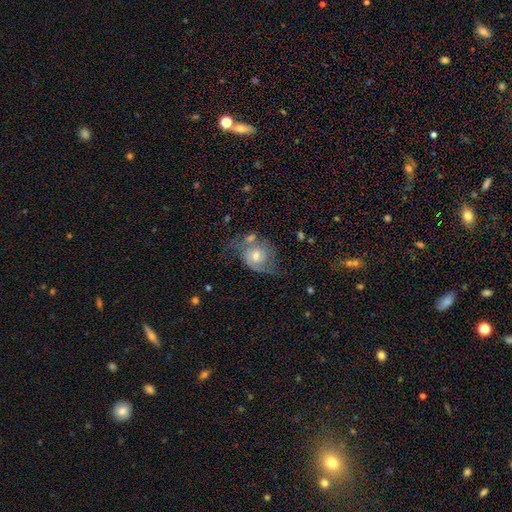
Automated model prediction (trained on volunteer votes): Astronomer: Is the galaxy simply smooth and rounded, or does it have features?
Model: featured or disk — 70%.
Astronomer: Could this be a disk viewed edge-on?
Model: no — 97%.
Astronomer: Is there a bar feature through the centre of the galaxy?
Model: no — 69%.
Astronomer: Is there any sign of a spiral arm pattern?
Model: yes — 87%.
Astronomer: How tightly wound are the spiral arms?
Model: medium — 43% (runner-up: loose, 30%).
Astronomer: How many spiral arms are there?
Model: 2 — 75%.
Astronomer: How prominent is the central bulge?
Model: moderate — 60%.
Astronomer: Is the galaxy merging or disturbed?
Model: none — 45% (runner-up: minor disturbance, 23%).